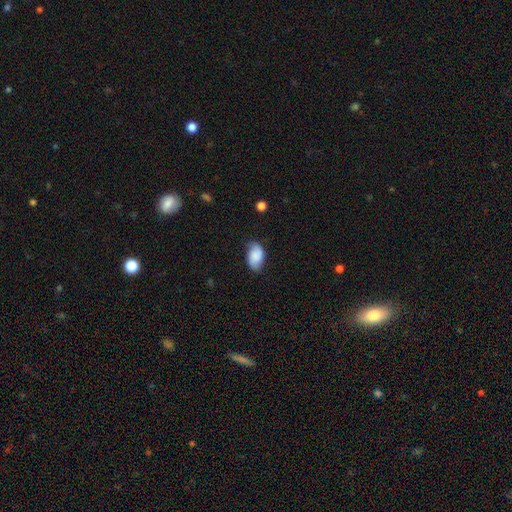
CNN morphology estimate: Q: Smooth or featured?
A: smooth (72%); runner-up: featured or disk (20%)
Q: How rounded?
A: in between (92%); runner-up: round (7%)
Q: Merging?
A: none (68%); runner-up: minor disturbance (25%)